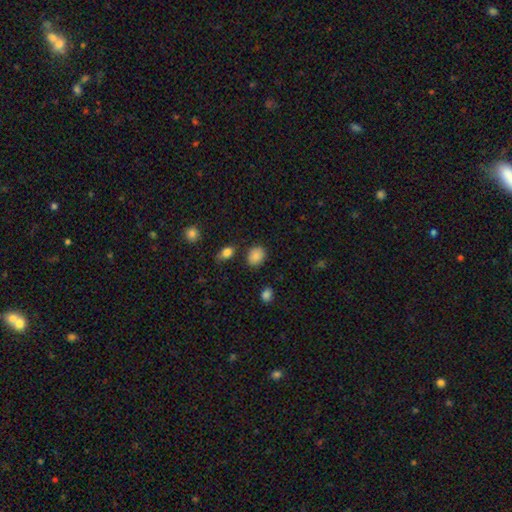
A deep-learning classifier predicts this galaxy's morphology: The model was most divided on "how rounded": round: 50%, in between: 49%, cigar-shaped: 1%. More confident: smooth or featured — smooth (86%); merging — none (81%).